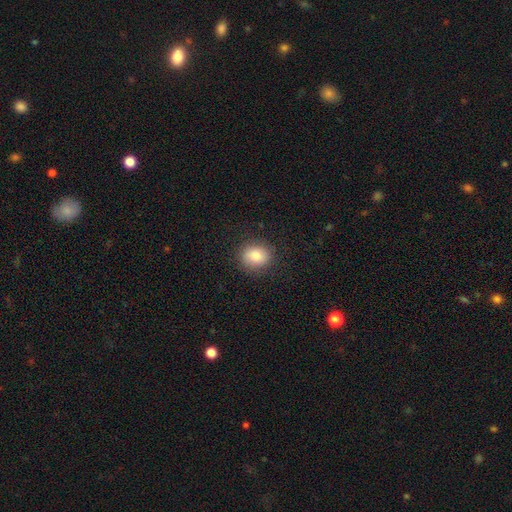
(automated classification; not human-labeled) Smooth or featured? Predicted: smooth (p=0.85). How rounded? Predicted: round (p=0.62). Merging? Predicted: none (p=0.85).